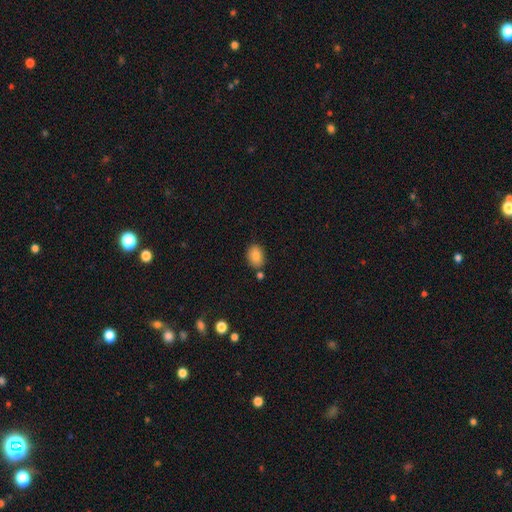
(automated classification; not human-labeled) Smooth or featured?
  - smooth: 84% *
  - star or artifact: 9%
  - featured or disk: 7%
How rounded?
  - in between: 71% *
  - round: 28%
  - cigar-shaped: 1%
Merging?
  - none: 78% *
  - minor disturbance: 12%
  - merger: 7%
  - major disturbance: 3%